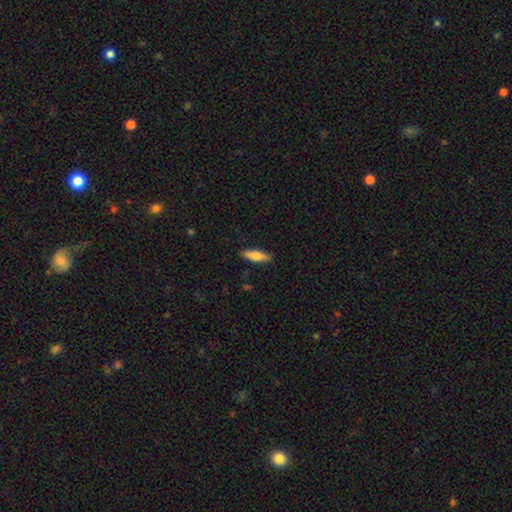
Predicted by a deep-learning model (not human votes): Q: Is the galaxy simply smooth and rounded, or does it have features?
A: smooth — 71%.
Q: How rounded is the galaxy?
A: cigar-shaped — 59%.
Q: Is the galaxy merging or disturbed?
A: none — 88%.